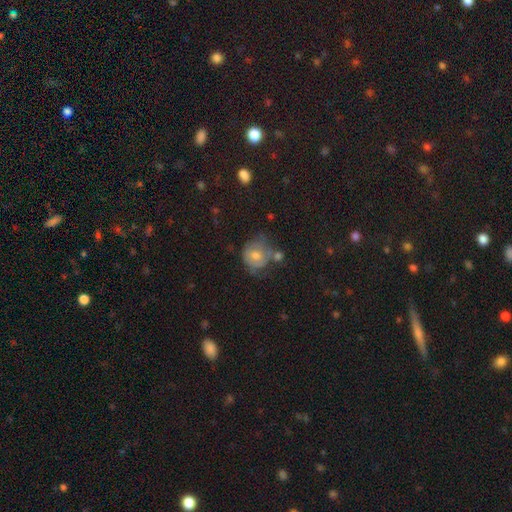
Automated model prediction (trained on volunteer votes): The model was most divided on "smooth or featured": smooth: 53%, featured or disk: 32%, star or artifact: 14%. Remaining: how rounded — round (76%); merging — none (49%).